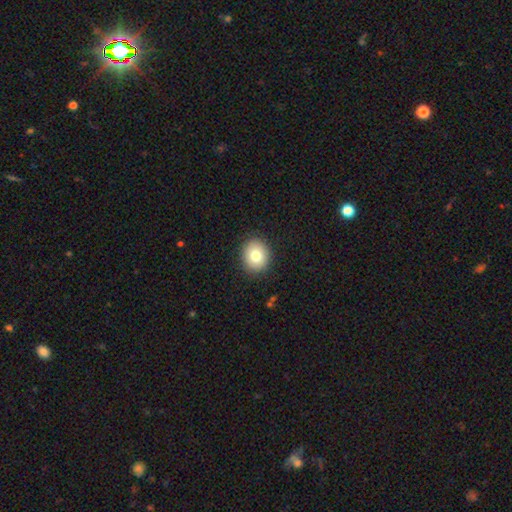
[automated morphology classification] Overall: smooth (79%). How rounded: round (77%). Merging: none (90%).